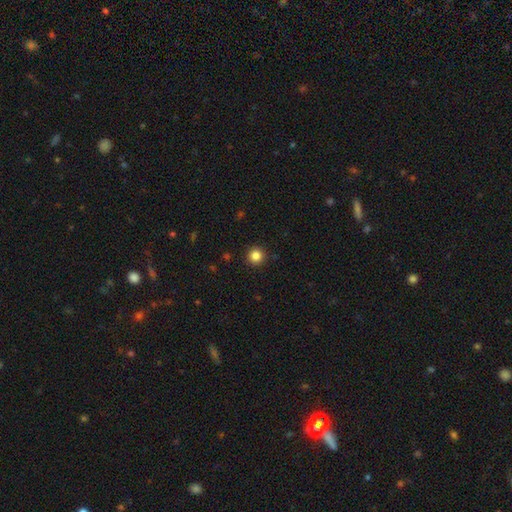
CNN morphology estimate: smooth 84%, star or artifact 12%, featured or disk 4%. Down the decision tree: how rounded — round (95%); merging — none (92%).